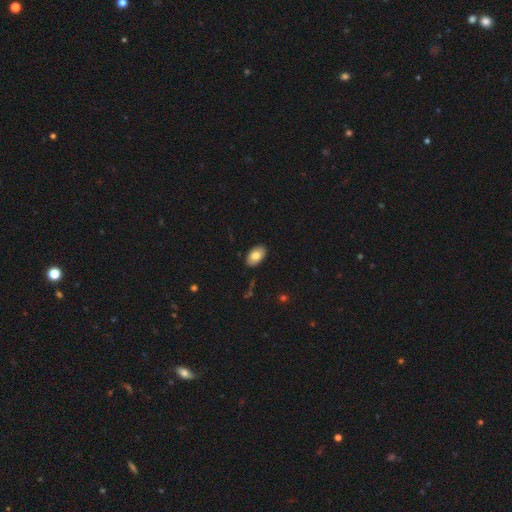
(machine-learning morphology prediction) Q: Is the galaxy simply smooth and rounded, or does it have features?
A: smooth — 81%.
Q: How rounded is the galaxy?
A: in between — 93%.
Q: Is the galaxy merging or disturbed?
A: none — 88%.